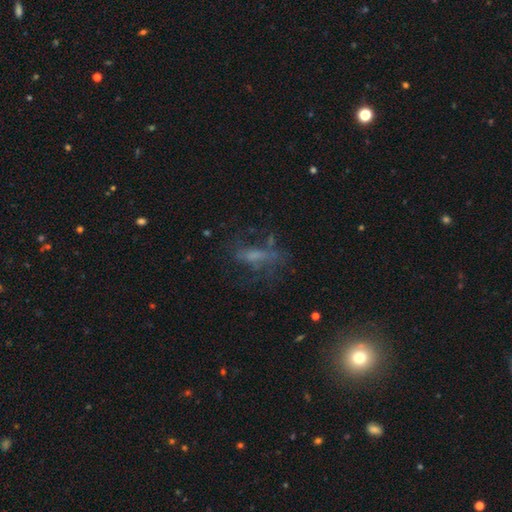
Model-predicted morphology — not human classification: Q: Smooth or featured?
A: featured or disk (43%); runner-up: smooth (33%)
Q: Merging?
A: none (47%); runner-up: major disturbance (30%)